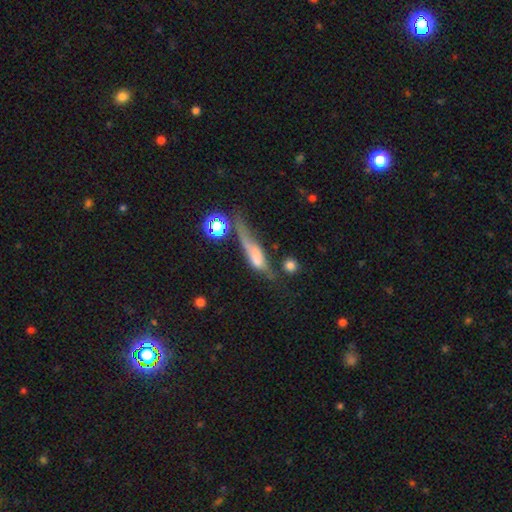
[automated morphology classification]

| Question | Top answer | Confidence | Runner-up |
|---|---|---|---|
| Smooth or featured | smooth | 44% | tied: featured or disk (44%) |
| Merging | none | 30% | major disturbance (28%) |